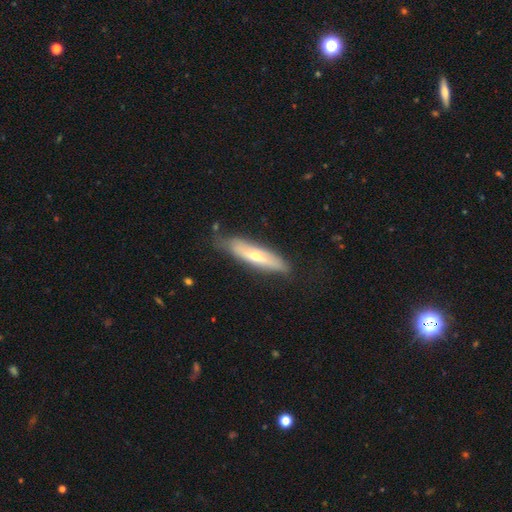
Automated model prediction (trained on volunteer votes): Smooth or featured: featured or disk — 49% (smooth — 45%)
Merging: none — 72% (minor disturbance — 21%)